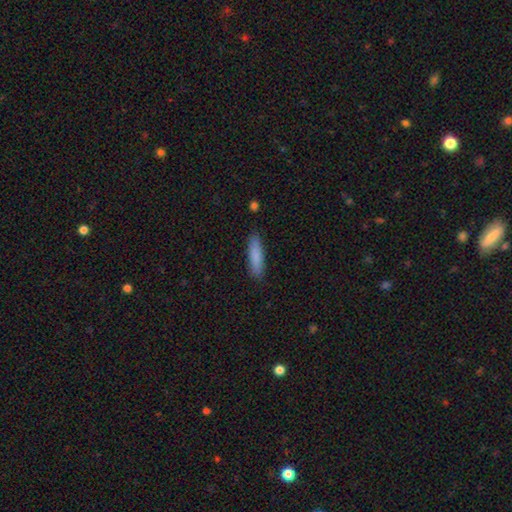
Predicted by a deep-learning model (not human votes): This is clearly a smooth galaxy (85%). How rounded: likely cigar-shaped (76%). Merging: clearly none (87%).